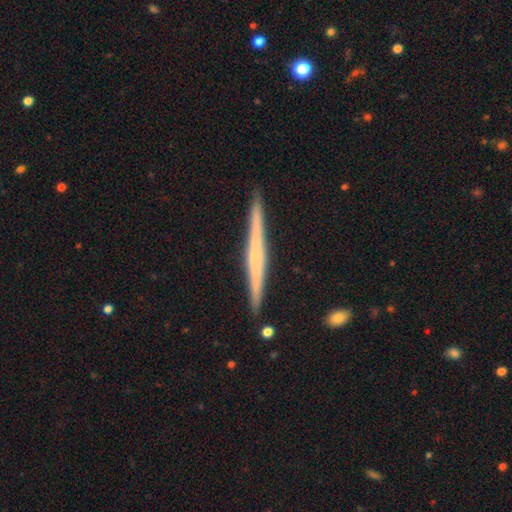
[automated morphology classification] smooth_or_featured: featured or disk (p=0.65) [alt: smooth p=0.30]
disk_edge_on: yes (p=0.98) [alt: no p=0.02]
edge_on_bulge: none (p=0.66) [alt: rounded p=0.24]
merging: none (p=0.91) [alt: minor disturbance p=0.07]